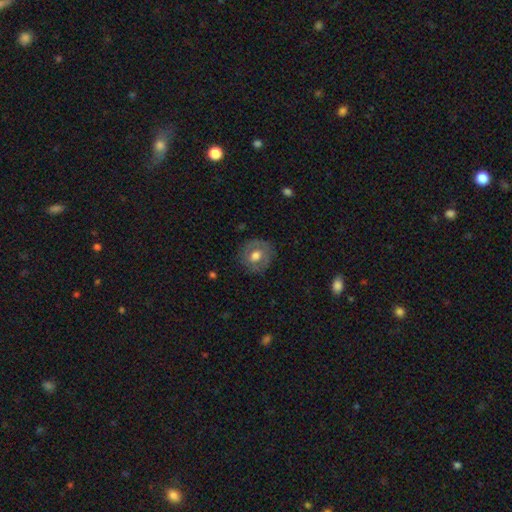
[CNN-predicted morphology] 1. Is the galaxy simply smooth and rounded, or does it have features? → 51% smooth, 41% featured or disk, 8% star or artifact.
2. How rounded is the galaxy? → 84% round, 15% in between, 1% cigar-shaped.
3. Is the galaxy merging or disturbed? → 80% none, 14% minor disturbance, 5% major disturbance, 1% merger.